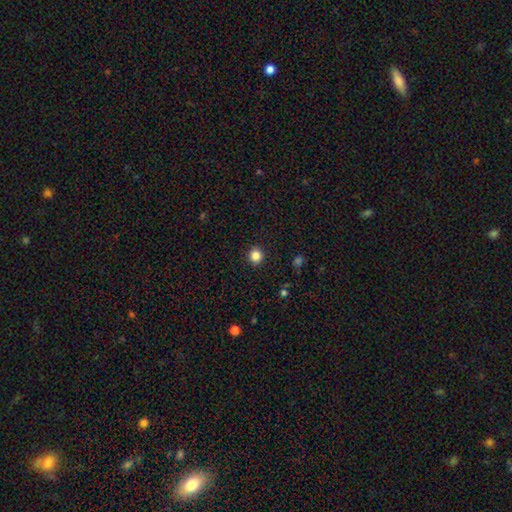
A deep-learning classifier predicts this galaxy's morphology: Q: Smooth or featured?
A: smooth (85%); runner-up: star or artifact (12%)
Q: How rounded?
A: round (93%); runner-up: in between (6%)
Q: Merging?
A: none (92%); runner-up: minor disturbance (5%)